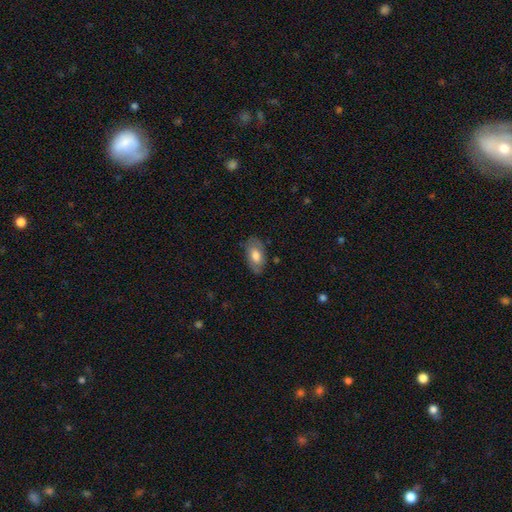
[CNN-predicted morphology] smooth 67%, featured or disk 27%, star or artifact 6%. Down the decision tree: how rounded — in between (93%); merging — none (77%).